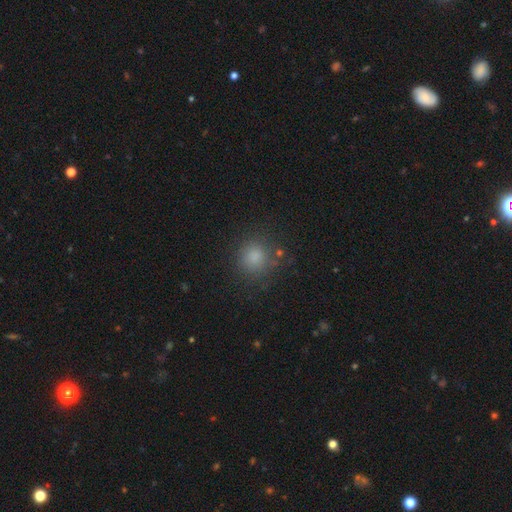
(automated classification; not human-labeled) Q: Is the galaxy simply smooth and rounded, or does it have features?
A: smooth — 80%.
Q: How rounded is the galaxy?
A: round — 88%.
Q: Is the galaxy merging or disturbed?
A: none — 80%.